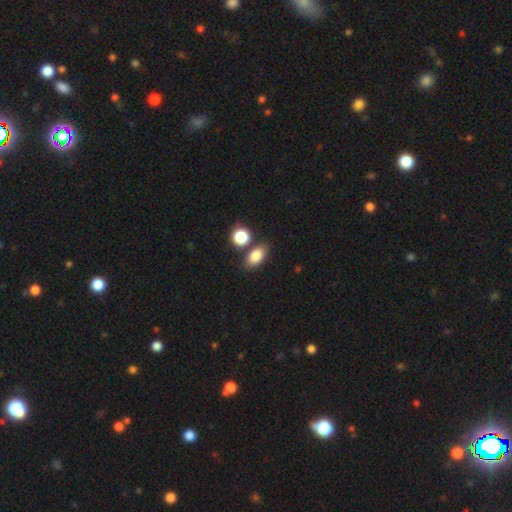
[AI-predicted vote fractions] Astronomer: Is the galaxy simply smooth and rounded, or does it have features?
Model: smooth — 83%.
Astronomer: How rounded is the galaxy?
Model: in between — 84%.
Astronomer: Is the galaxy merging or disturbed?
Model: none — 71%.